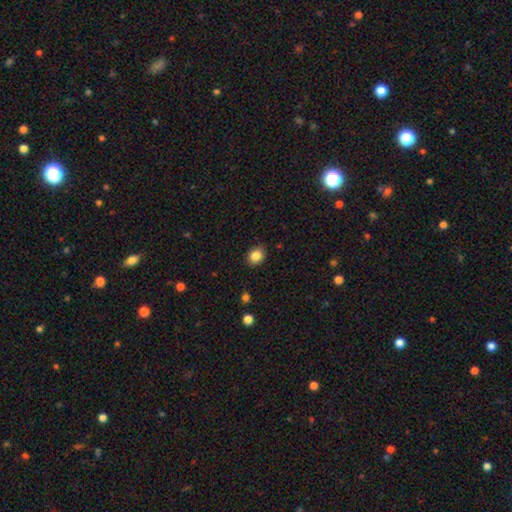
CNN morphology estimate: Smooth or featured?
  - smooth: 85% *
  - star or artifact: 10%
  - featured or disk: 6%
How rounded?
  - round: 55% *
  - in between: 44%
  - cigar-shaped: 1%
Merging?
  - none: 88% *
  - minor disturbance: 9%
  - major disturbance: 2%
  - merger: 1%